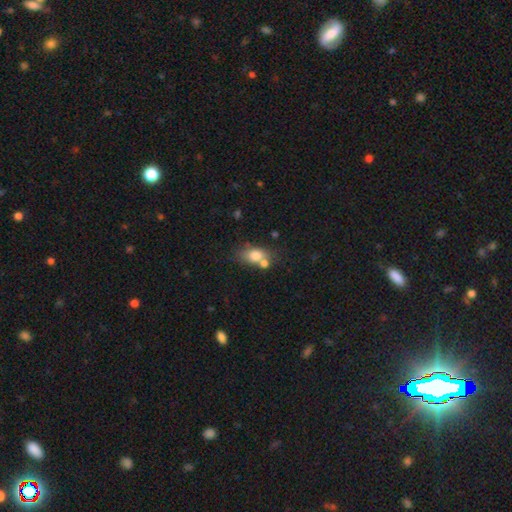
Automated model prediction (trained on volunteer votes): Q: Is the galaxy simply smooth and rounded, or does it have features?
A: smooth — 76%.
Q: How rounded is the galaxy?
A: in between — 75%.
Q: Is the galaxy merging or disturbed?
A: none — 47%.